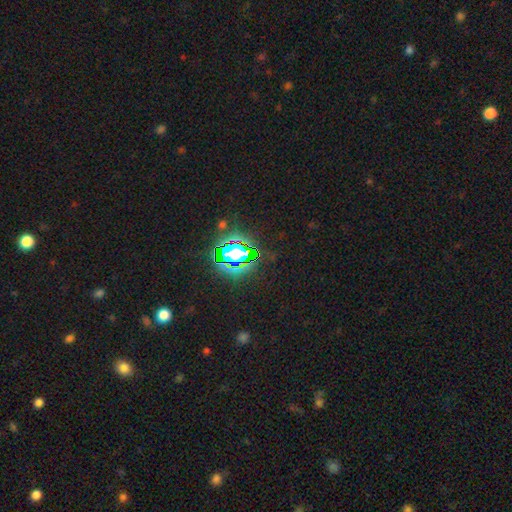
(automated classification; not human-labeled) A star or artifact, not a galaxy (80%).